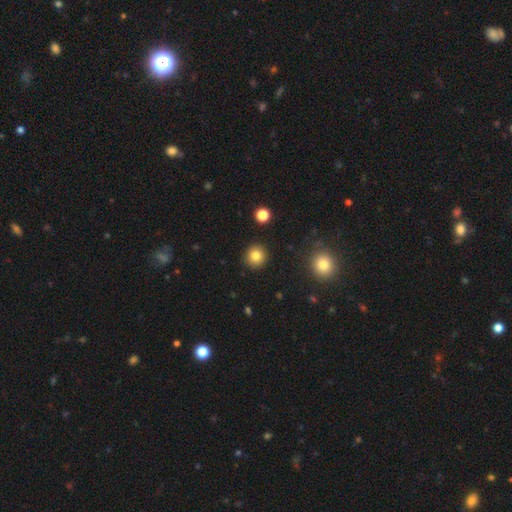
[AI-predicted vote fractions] smooth_or_featured: smooth (p=0.83) [alt: star or artifact p=0.11]
how_rounded: round (p=0.92) [alt: in between p=0.07]
merging: none (p=0.91) [alt: minor disturbance p=0.05]